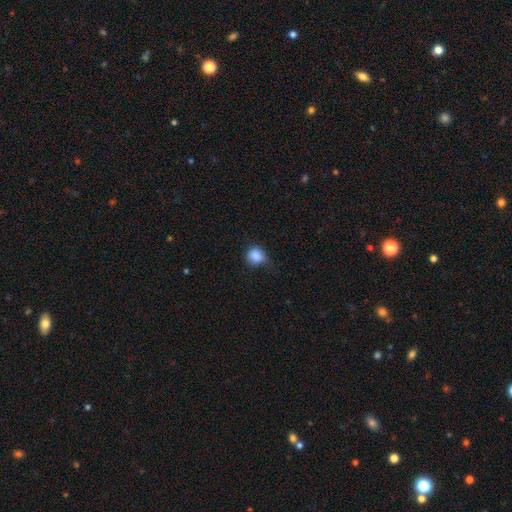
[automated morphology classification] This appears to be a smooth galaxy with no disk features (87%) that is round (80%). Merging: none (62%).